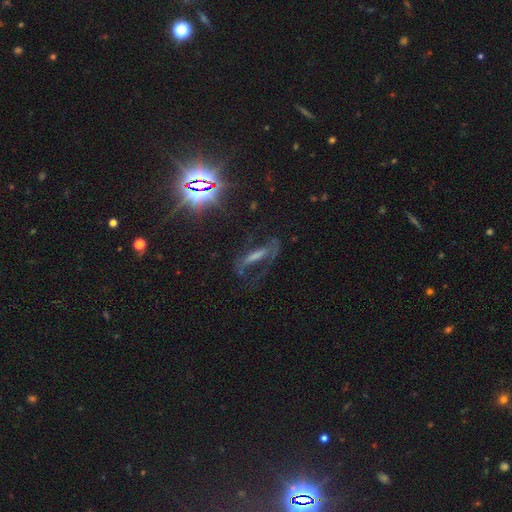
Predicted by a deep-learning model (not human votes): The model was most divided on "smooth or featured": featured or disk: 51%, star or artifact: 30%, smooth: 19%. More confident: edge-on disk — no (69%); merging — none (54%).